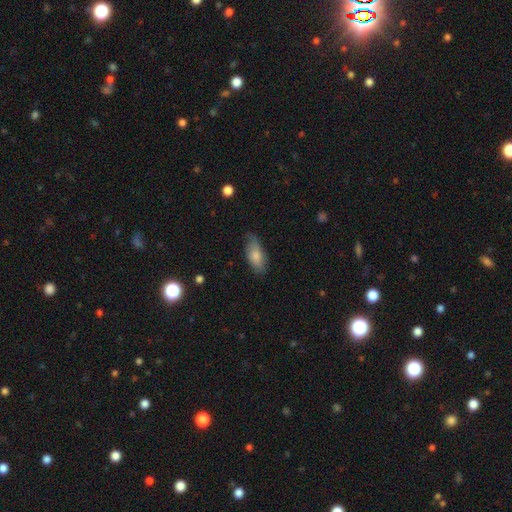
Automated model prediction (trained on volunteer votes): Smooth or featured: smooth — 77% (featured or disk — 17%)
How rounded: in between — 86% (cigar-shaped — 11%)
Merging: none — 66% (minor disturbance — 27%)